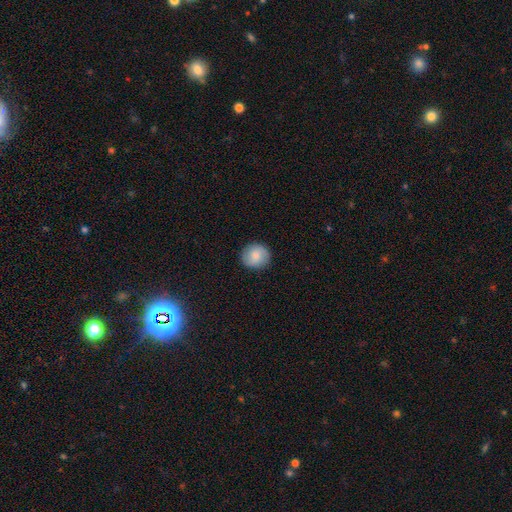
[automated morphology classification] A smooth galaxy with no disk features (83%) that is round (87%). Merging: none (89%).